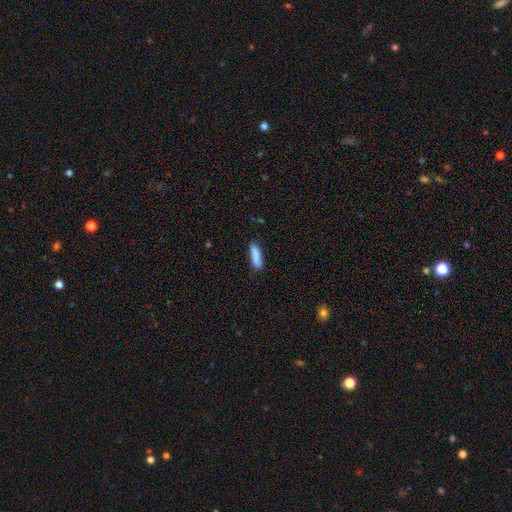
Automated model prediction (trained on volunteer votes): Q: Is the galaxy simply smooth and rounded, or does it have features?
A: smooth — 87%.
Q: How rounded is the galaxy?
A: cigar-shaped — 59%.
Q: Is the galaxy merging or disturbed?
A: none — 82%.